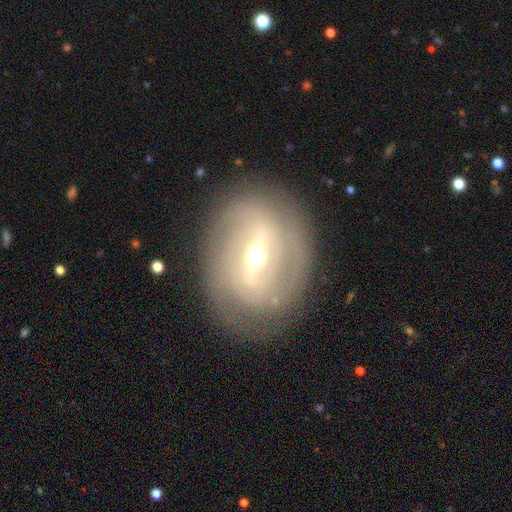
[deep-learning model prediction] Smooth or featured?
  - featured or disk: 82% *
  - smooth: 12%
  - star or artifact: 6%
Edge-on disk?
  - no: 93% *
  - yes: 7%
Bar?
  - strong: 59% *
  - weak: 32%
  - no: 9%
Spiral arms?
  - yes: 81% *
  - no: 19%
Spiral winding?
  - tight: 59% *
  - medium: 29%
  - loose: 12%
Spiral arm count?
  - 2: 46% *
  - can't tell: 32%
  - 3: 10%
  - 4: 5%
  - 1: 4%
  - more than 4: 3%
Bulge size?
  - moderate: 49% *
  - small: 47%
  - large: 3%
  - dominant: 1%
  - none: 1%
Merging?
  - none: 81% *
  - minor disturbance: 13%
  - major disturbance: 5%
  - merger: 1%